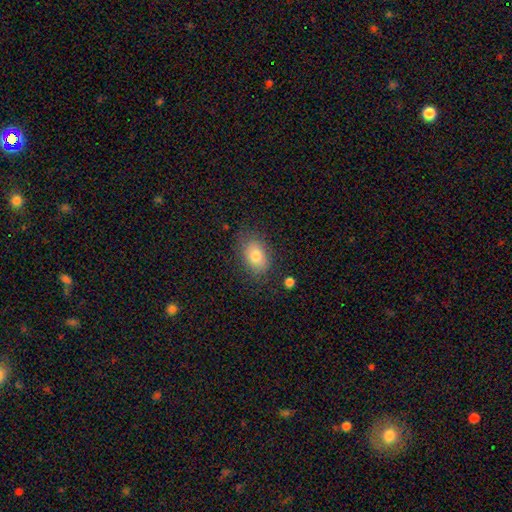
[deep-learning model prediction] Overall: smooth (80%). How rounded: in between (83%). Merging: none (77%).